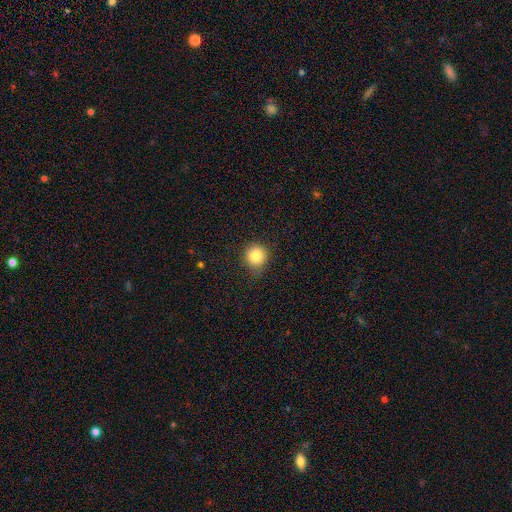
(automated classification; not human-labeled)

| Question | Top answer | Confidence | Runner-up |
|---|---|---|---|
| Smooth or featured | smooth | 84% | star or artifact (10%) |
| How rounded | round | 92% | in between (7%) |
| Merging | none | 80% | minor disturbance (15%) |